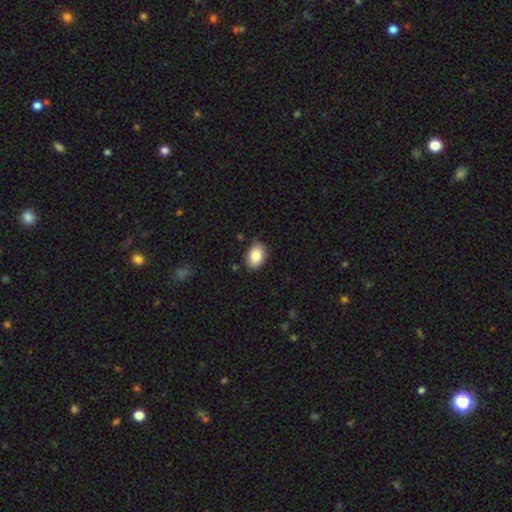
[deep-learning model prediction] smooth-or-featured: smooth: 85% | star or artifact: 8% | featured or disk: 7%
  how-rounded: in between: 79% | round: 20% | cigar-shaped: 1%
  merging: none: 81% | minor disturbance: 15% | major disturbance: 2% | merger: 2%